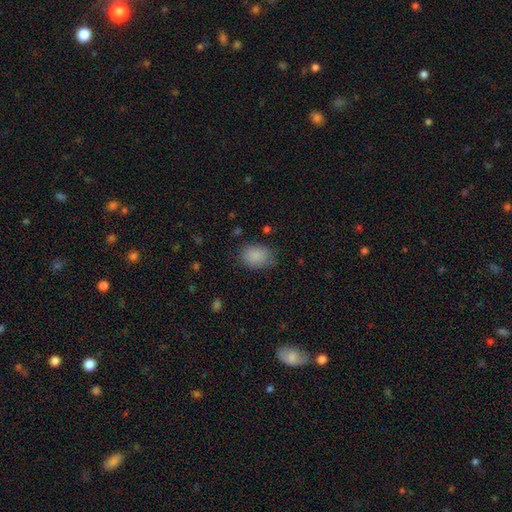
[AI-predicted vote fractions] A smooth galaxy with no disk features (87%) that is in between round and cigar-shaped (71%). Merging: none (76%).